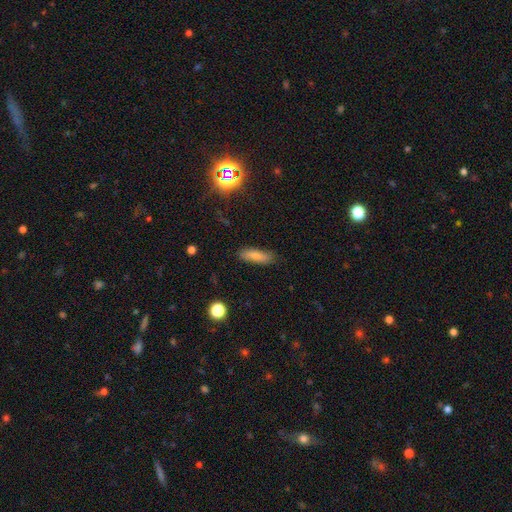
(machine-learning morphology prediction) The model was most divided on "how rounded": in between: 49%, cigar-shaped: 48%, round: 3%. More confident: merging — none (83%); smooth or featured — smooth (75%).